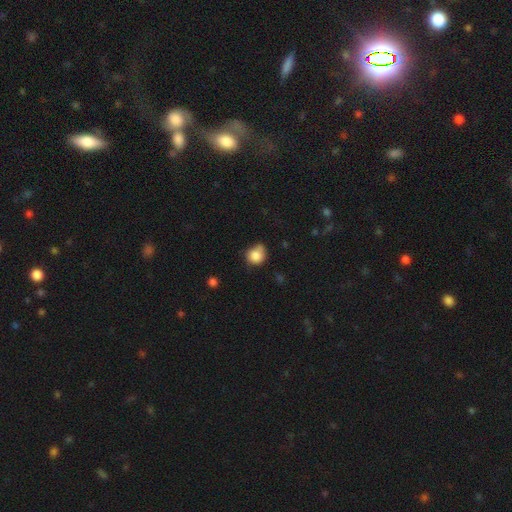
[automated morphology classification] type=smooth (83%); roundness=round (79%); merging=none (54%).